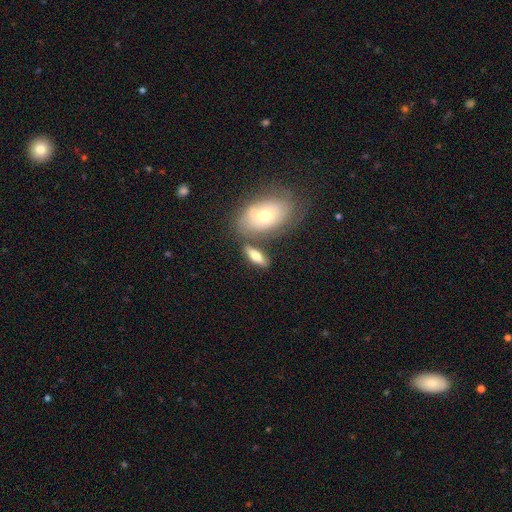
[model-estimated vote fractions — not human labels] Smooth or featured? smooth (64%)
How rounded? in between (69%)
Merging? none (61%)